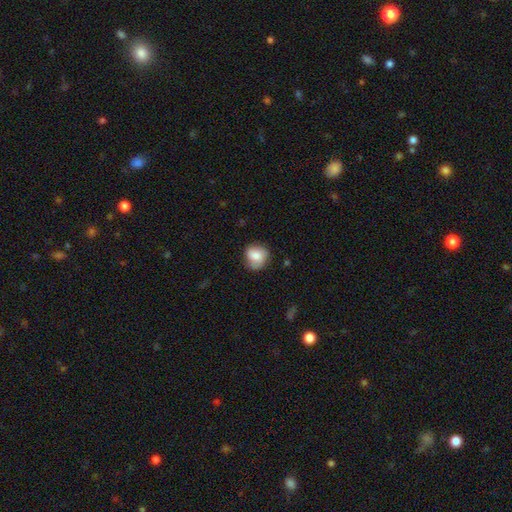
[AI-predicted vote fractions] A smooth galaxy with no disk features (76%) that is round (76%).

Vote fractions:
- Smooth or featured? smooth: 76% / featured or disk: 16% / star or artifact: 8%
- How rounded? round: 76% / in between: 23% / cigar-shaped: 1%
- Merging? none: 68% / minor disturbance: 24% / major disturbance: 6% / merger: 2%